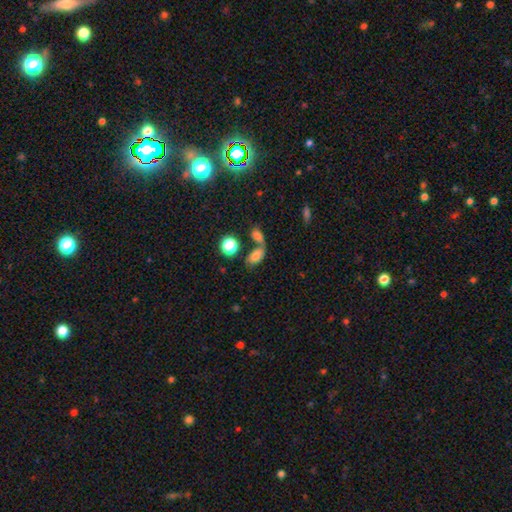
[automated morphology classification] A smooth galaxy with no disk features (73%) that is in between round and cigar-shaped (87%). Merging: merger (42%).